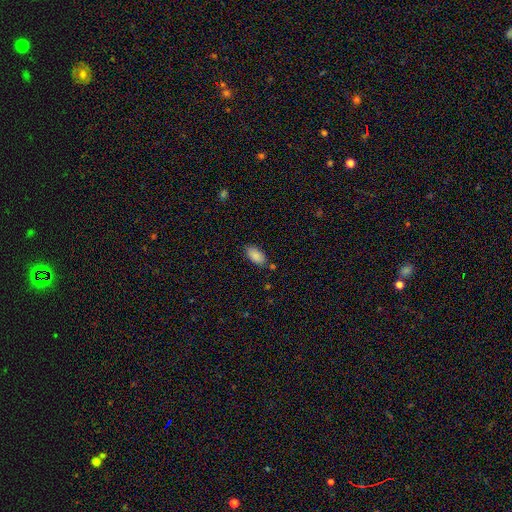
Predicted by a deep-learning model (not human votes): Smooth or featured? smooth (88%)
How rounded? in between (93%)
Merging? none (78%)